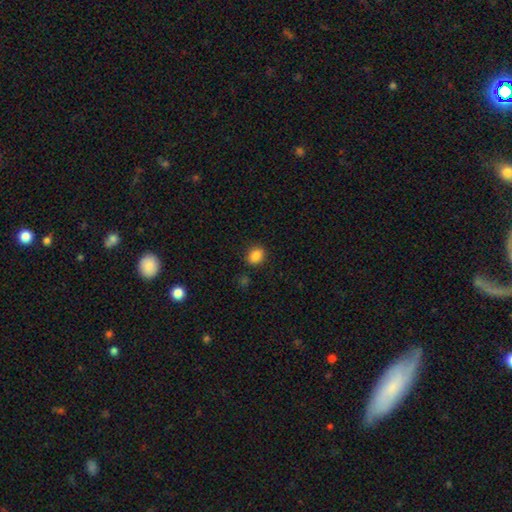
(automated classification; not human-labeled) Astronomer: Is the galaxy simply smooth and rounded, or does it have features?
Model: smooth — 86%.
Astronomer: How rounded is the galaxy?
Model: in between — 63%.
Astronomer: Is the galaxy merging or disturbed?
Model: none — 86%.